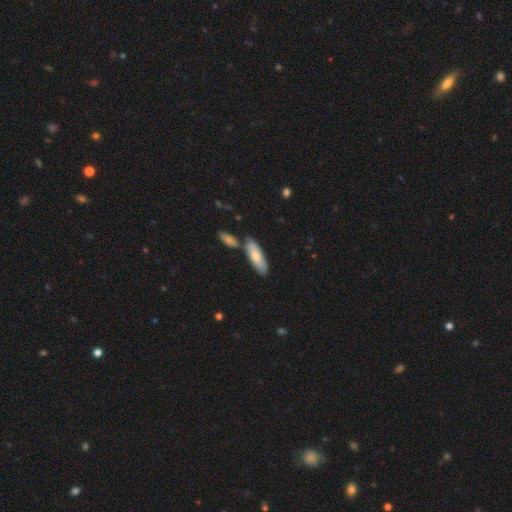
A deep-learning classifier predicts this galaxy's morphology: Smooth or featured? Predicted: smooth (p=0.70). How rounded? Predicted: in between (p=0.54). Merging? Predicted: none (p=0.62).